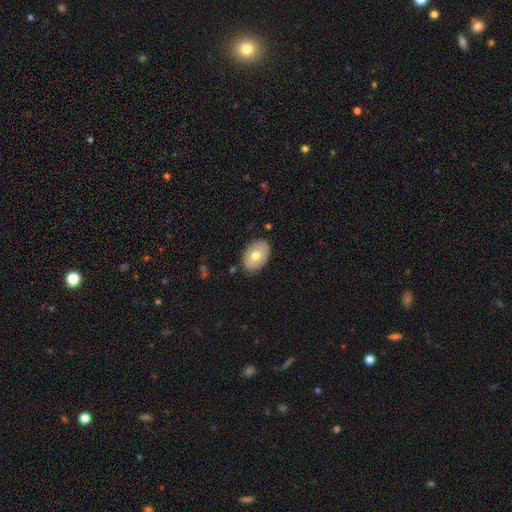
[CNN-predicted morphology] type=smooth (68%); roundness=in between (84%); merging=none (85%).